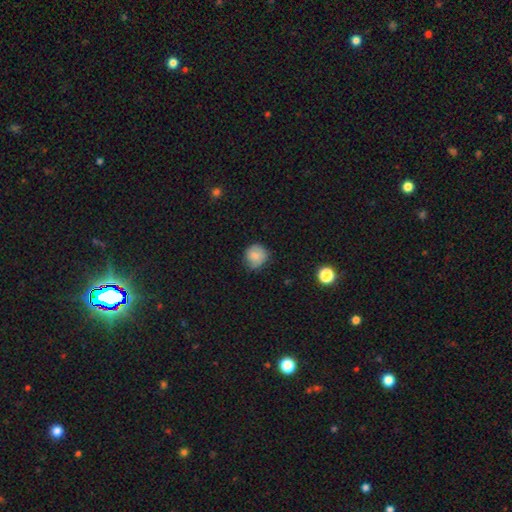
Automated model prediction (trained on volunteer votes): smooth_or_featured: smooth (p=0.79) [alt: featured or disk p=0.11]
how_rounded: round (p=0.85) [alt: in between p=0.14]
merging: none (p=0.67) [alt: minor disturbance p=0.27]